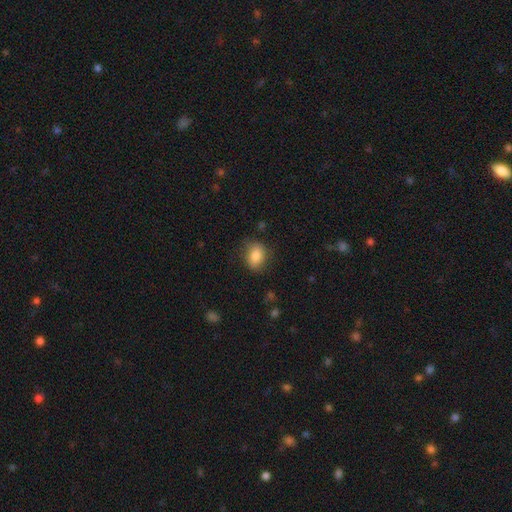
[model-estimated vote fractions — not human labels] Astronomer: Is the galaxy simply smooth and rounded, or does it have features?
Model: smooth — 84%.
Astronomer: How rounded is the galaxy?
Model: in between — 67%.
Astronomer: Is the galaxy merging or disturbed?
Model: none — 74%.